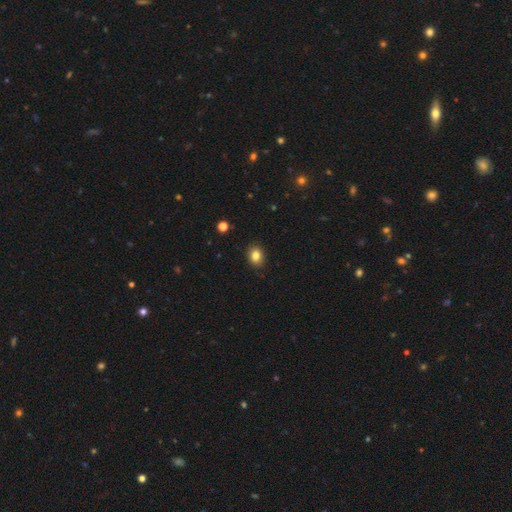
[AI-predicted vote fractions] This is clearly a smooth galaxy (83%). How rounded: possibly in between (54%). Merging: clearly none (88%).